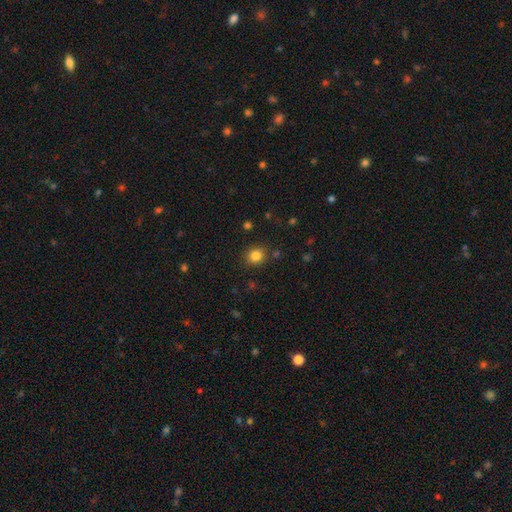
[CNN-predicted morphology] type=smooth (83%); roundness=round (80%); merging=none (86%).